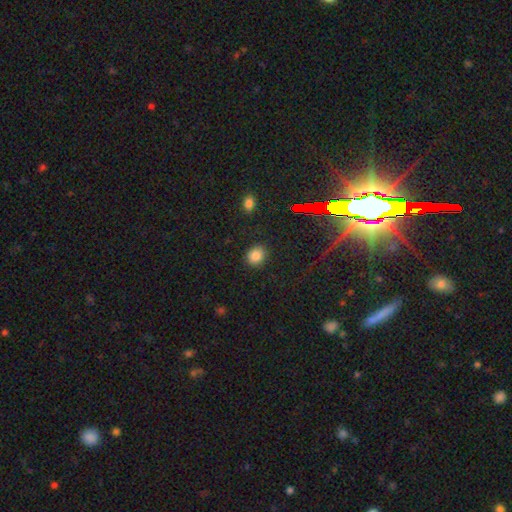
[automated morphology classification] The model was most divided on "how rounded": round: 69%, in between: 30%, cigar-shaped: 1%. More confident: merging — none (87%); smooth or featured — smooth (83%).